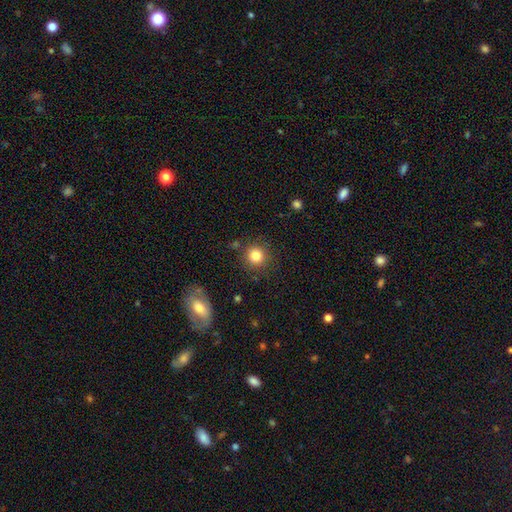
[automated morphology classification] smooth-or-featured: smooth: 82% | star or artifact: 11% | featured or disk: 6%
  how-rounded: round: 93% | in between: 6% | cigar-shaped: 1%
  merging: none: 86% | minor disturbance: 8% | merger: 3% | major disturbance: 3%